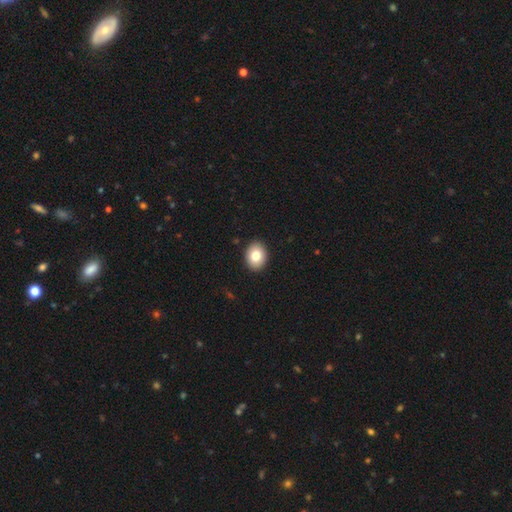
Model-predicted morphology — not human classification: smooth_or_featured: smooth (p=0.80) [alt: featured or disk p=0.11]
how_rounded: in between (p=0.58) [alt: round p=0.41]
merging: none (p=0.91) [alt: minor disturbance p=0.06]